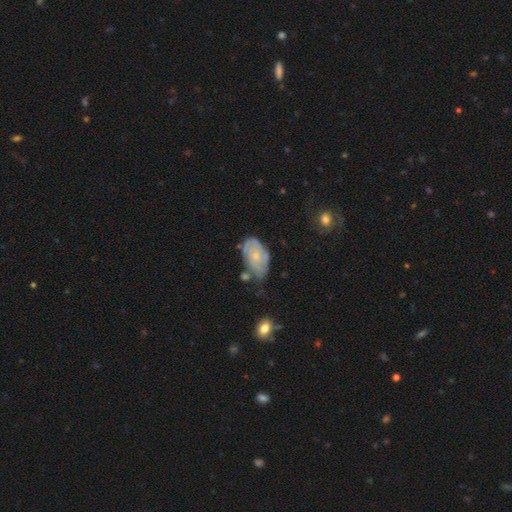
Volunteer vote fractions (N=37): smooth_or_featured: featured or disk (p=0.70) [alt: smooth p=0.24]
disk_edge_on: no (p=1.00)
bar: no (p=0.85) [alt: weak p=0.12]
has_spiral_arms: yes (p=0.85) [alt: no p=0.15]
spiral_winding: tight (p=0.73) [alt: medium p=0.18]
spiral_arm_count: can't tell (p=0.55) [alt: 3 p=0.23]
bulge_size: small (p=0.54) [alt: moderate p=0.42]
merging: none (p=0.63) [alt: minor disturbance p=0.20]